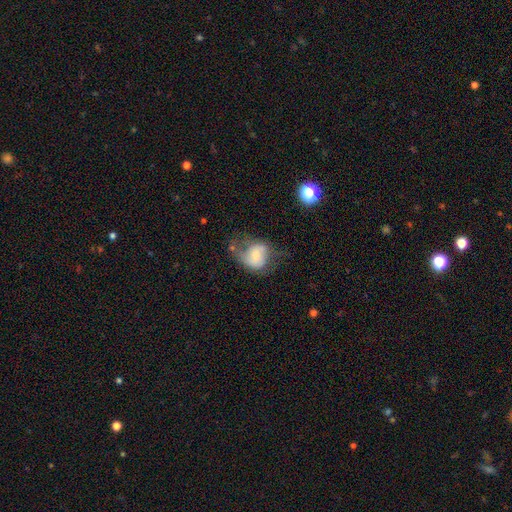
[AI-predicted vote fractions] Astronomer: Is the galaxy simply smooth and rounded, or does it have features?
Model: smooth — 46%, tied with featured or disk at 46%.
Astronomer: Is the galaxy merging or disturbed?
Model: none — 35% (runner-up: major disturbance, 30%).